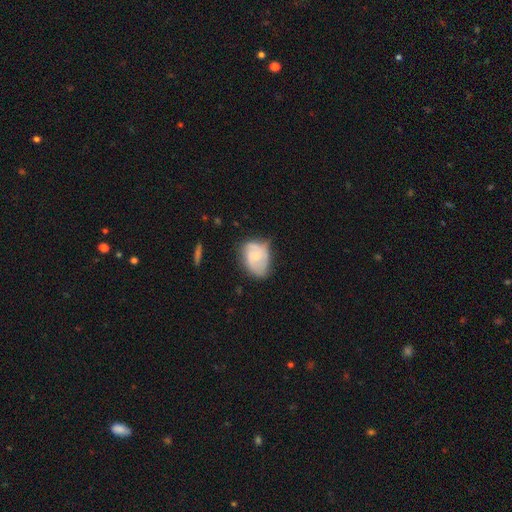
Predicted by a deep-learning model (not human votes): smooth-or-featured: featured or disk: 51% | smooth: 43% | star or artifact: 6%
  disk-edge-on: no: 96% | yes: 4%
  merging: none: 44% | minor disturbance: 38% | major disturbance: 15% | merger: 3%